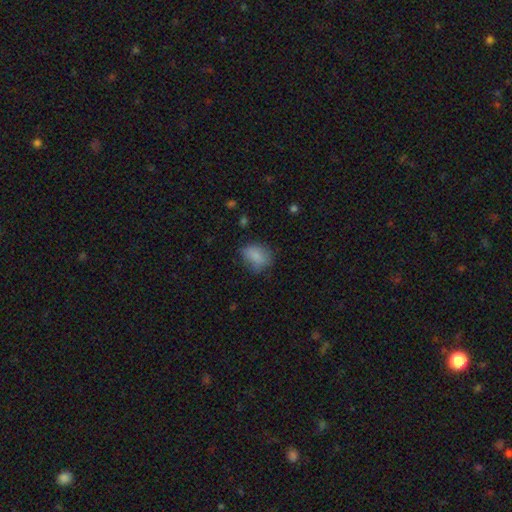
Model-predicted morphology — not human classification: smooth_or_featured: smooth (p=0.81) [alt: star or artifact p=0.09]
how_rounded: in between (p=0.67) [alt: round p=0.32]
merging: none (p=0.60) [alt: minor disturbance p=0.28]